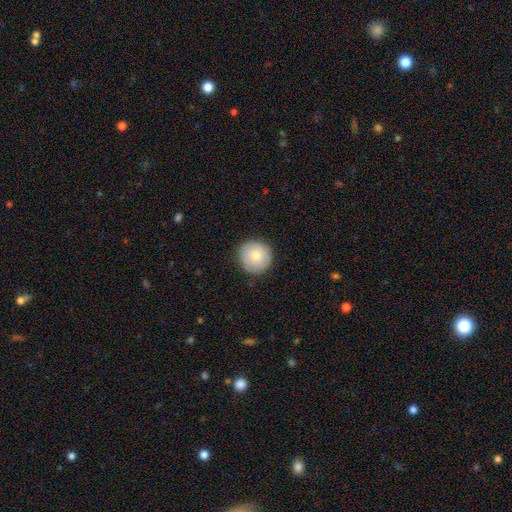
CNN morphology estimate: type=smooth (80%); roundness=round (94%); merging=none (87%).